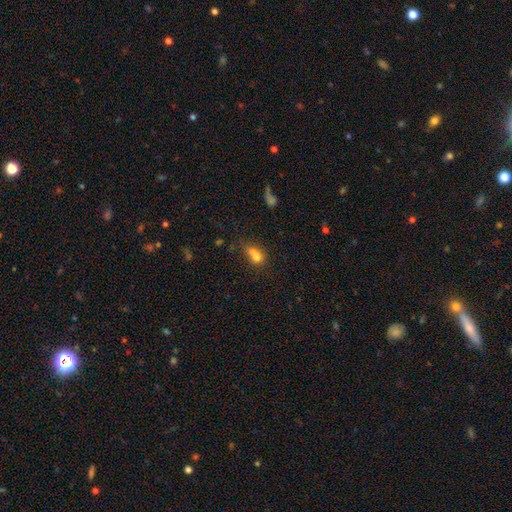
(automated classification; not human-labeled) The model was most divided on "how rounded": round: 51%, in between: 46%, cigar-shaped: 4%. More confident: smooth or featured — smooth (68%); merging — merger (57%).